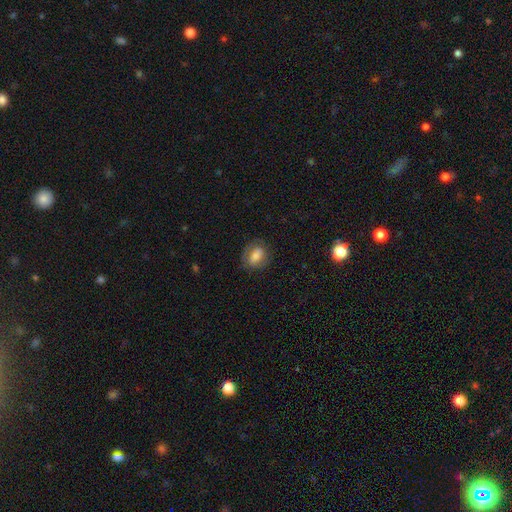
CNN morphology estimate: smooth_or_featured: smooth (p=0.68) [alt: featured or disk p=0.24]
how_rounded: in between (p=0.70) [alt: round p=0.28]
merging: none (p=0.74) [alt: minor disturbance p=0.16]